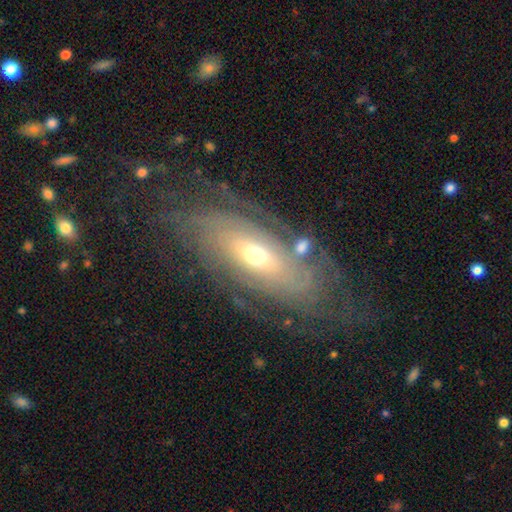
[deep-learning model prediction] Q: Smooth or featured?
A: featured or disk (82%); runner-up: smooth (11%)
Q: Edge-on disk?
A: no (88%); runner-up: yes (12%)
Q: Bar?
A: no (61%); runner-up: weak (28%)
Q: Spiral arms?
A: yes (90%); runner-up: no (10%)
Q: Spiral winding?
A: tight (72%); runner-up: medium (21%)
Q: Spiral arm count?
A: can't tell (52%); runner-up: 2 (15%)
Q: Bulge size?
A: moderate (61%); runner-up: small (29%)
Q: Merging?
A: none (71%); runner-up: minor disturbance (17%)